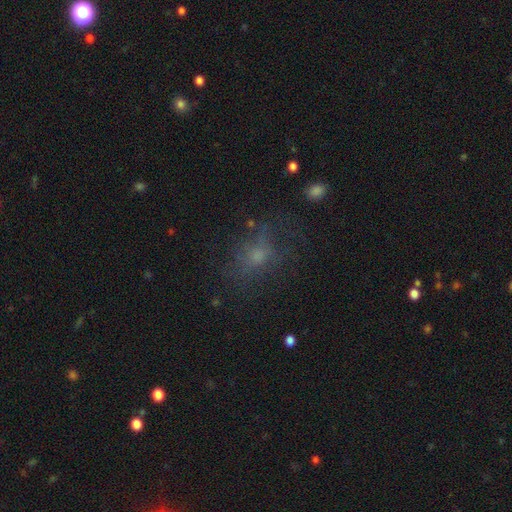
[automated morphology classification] A smooth galaxy with no disk features (54%) that is in between round and cigar-shaped (52%).

Vote fractions:
- Smooth or featured? smooth: 54% / star or artifact: 23% / featured or disk: 23%
- How rounded? in between: 52% / round: 45% / cigar-shaped: 3%
- Merging? none: 61% / minor disturbance: 19% / major disturbance: 17% / merger: 2%